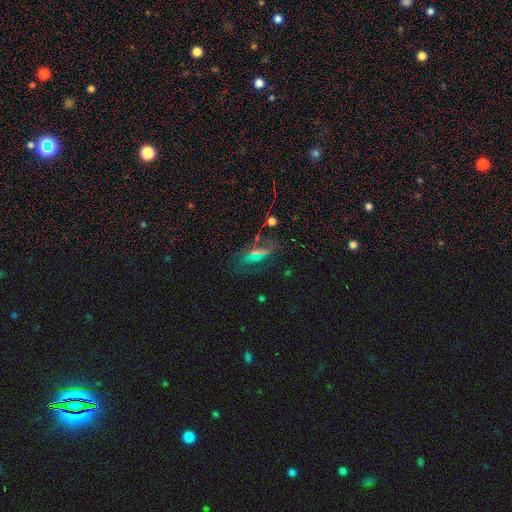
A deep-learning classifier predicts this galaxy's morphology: Smooth or featured? Predicted: smooth (p=0.40). Merging? Predicted: none (p=0.64).